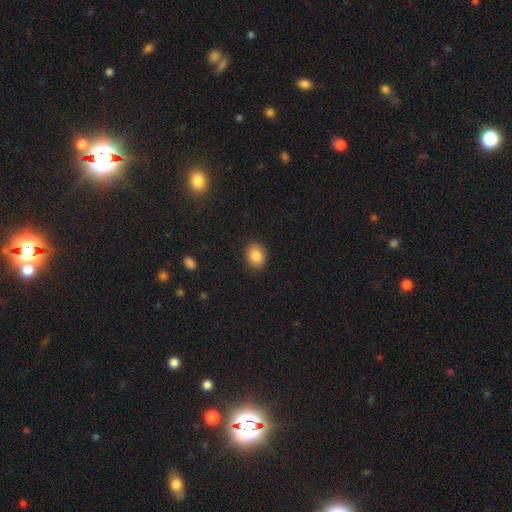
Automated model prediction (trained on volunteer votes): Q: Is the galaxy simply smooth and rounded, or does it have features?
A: smooth — 86%.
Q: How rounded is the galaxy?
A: in between — 65%.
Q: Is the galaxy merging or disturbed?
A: none — 89%.